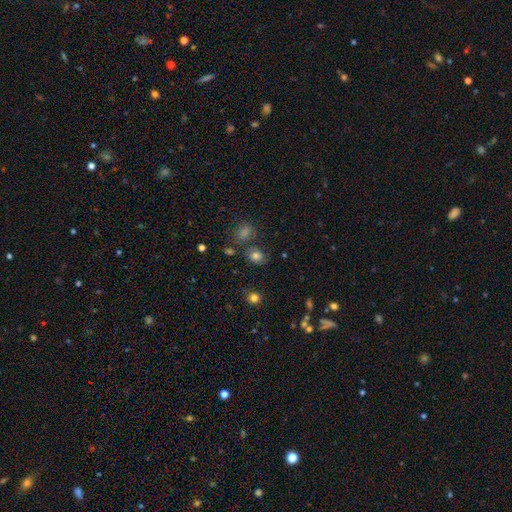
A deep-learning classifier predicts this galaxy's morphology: This is likely a smooth galaxy (79%). How rounded: possibly round (51%). Merging: likely none (71%).